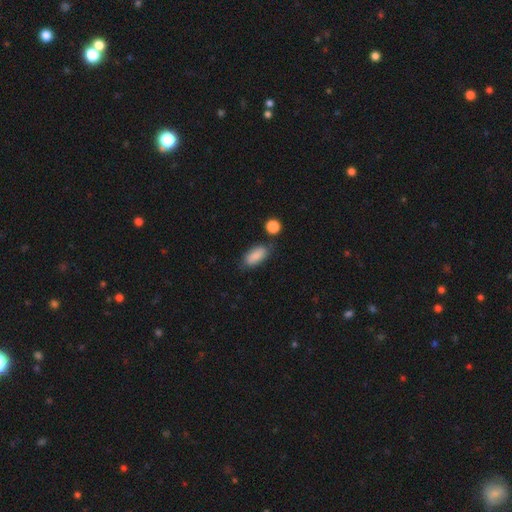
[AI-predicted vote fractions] Q: Smooth or featured?
A: smooth (85%); runner-up: featured or disk (8%)
Q: How rounded?
A: in between (86%); runner-up: cigar-shaped (11%)
Q: Merging?
A: none (72%); runner-up: minor disturbance (18%)